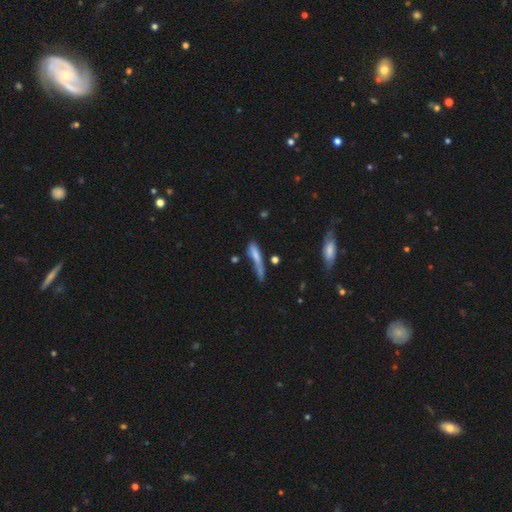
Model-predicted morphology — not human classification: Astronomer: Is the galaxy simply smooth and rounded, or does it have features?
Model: smooth — 68%.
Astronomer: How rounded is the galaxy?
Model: cigar-shaped — 79%.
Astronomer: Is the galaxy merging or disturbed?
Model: none — 35% (runner-up: minor disturbance, 28%).